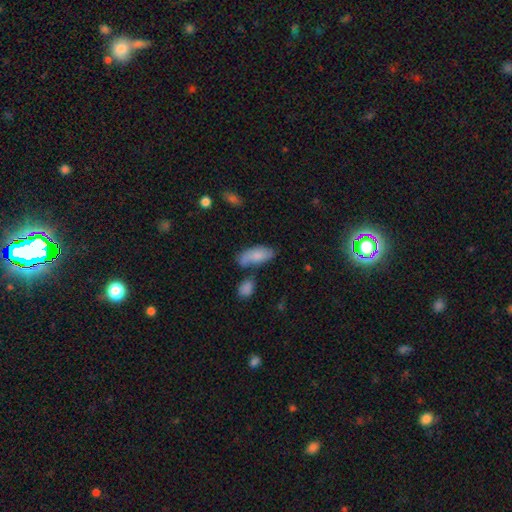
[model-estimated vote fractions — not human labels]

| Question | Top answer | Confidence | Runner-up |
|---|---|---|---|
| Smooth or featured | smooth | 76% | featured or disk (17%) |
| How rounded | in between | 87% | cigar-shaped (11%) |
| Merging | none | 47% | minor disturbance (24%) |